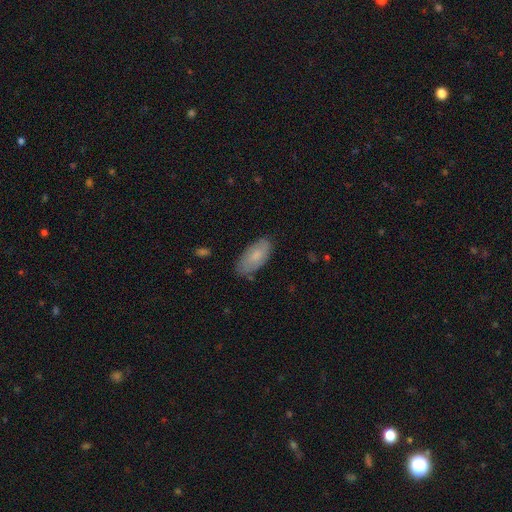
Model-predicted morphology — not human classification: This is likely a smooth galaxy (75%). How rounded: clearly in between (90%). Merging: likely none (77%).